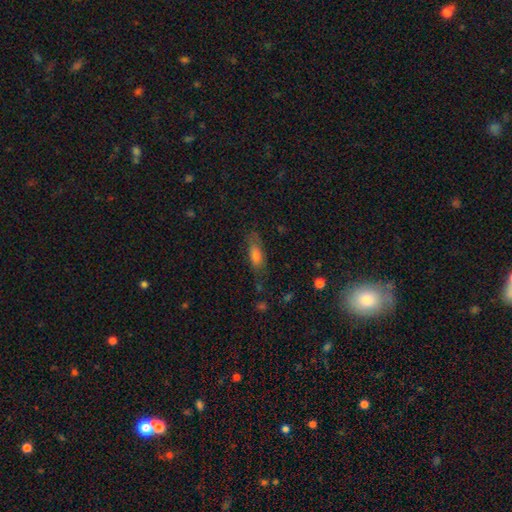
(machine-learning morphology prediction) A smooth galaxy with no disk features (68%) that is in between round and cigar-shaped (64%). Merging: none (69%).